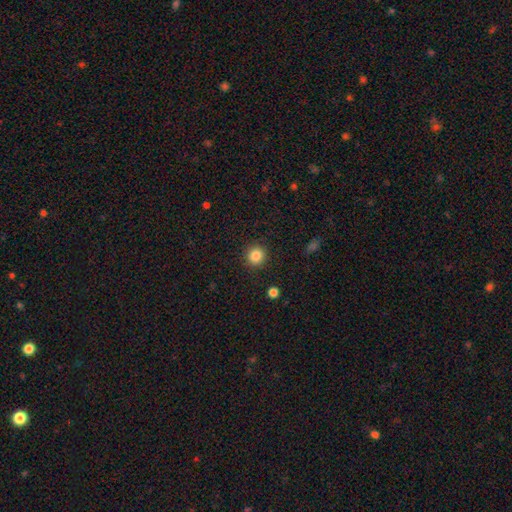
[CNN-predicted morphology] Smooth or featured: smooth — 85% (star or artifact — 11%)
How rounded: round — 93% (in between — 6%)
Merging: none — 91% (minor disturbance — 5%)